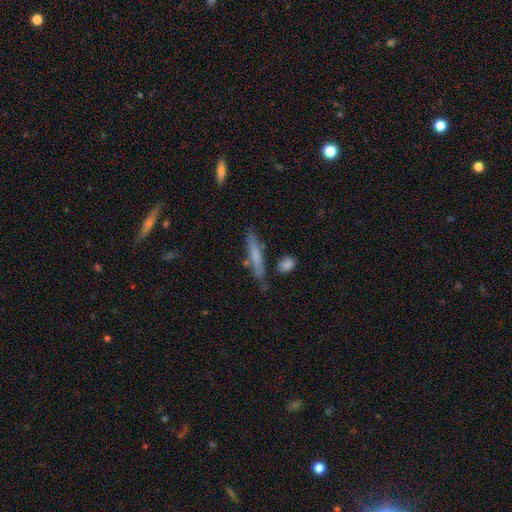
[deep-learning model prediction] smooth-or-featured: smooth: 66% | featured or disk: 27% | star or artifact: 6%
  how-rounded: cigar-shaped: 90% | in between: 8% | round: 2%
  merging: none: 77% | minor disturbance: 15% | merger: 5% | major disturbance: 3%